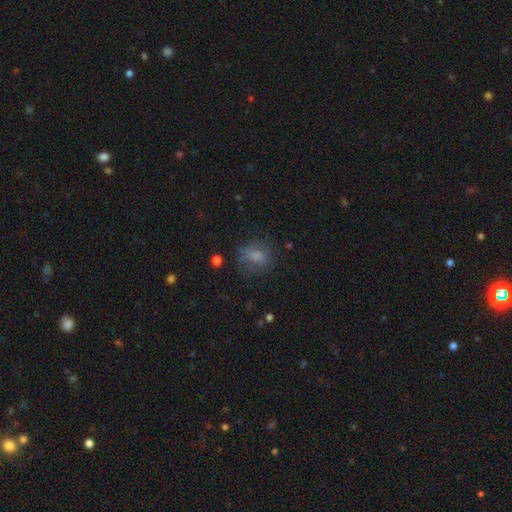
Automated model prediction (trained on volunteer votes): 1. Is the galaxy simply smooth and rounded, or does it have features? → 67% smooth, 18% featured or disk, 15% star or artifact.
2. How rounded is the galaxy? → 55% in between, 42% round, 3% cigar-shaped.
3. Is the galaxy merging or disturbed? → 55% none, 23% minor disturbance, 19% major disturbance, 3% merger.